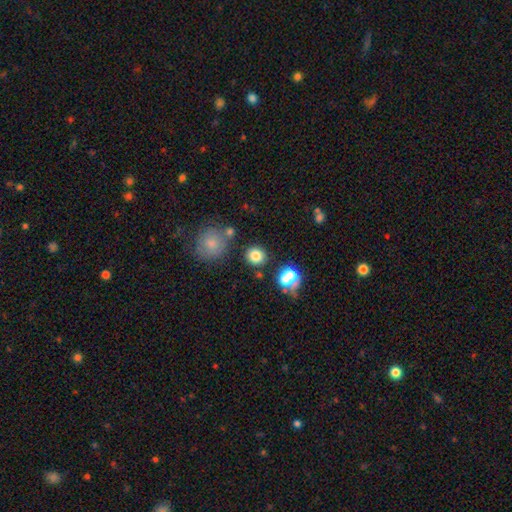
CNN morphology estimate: Q: Smooth or featured?
A: smooth (79%); runner-up: star or artifact (14%)
Q: How rounded?
A: round (85%); runner-up: in between (14%)
Q: Merging?
A: none (81%); runner-up: minor disturbance (8%)